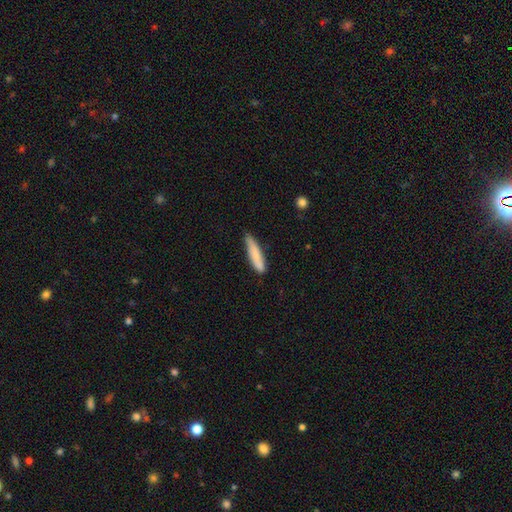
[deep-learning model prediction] smooth-or-featured: smooth: 79% | featured or disk: 15% | star or artifact: 6%
  how-rounded: cigar-shaped: 84% | in between: 15% | round: 1%
  merging: none: 71% | minor disturbance: 24% | major disturbance: 3% | merger: 2%